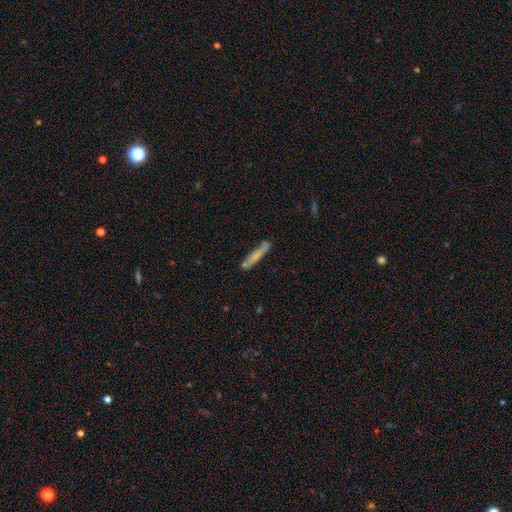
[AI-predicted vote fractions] This is likely a smooth galaxy (63%). How rounded: clearly cigar-shaped (94%). Merging: likely none (76%).